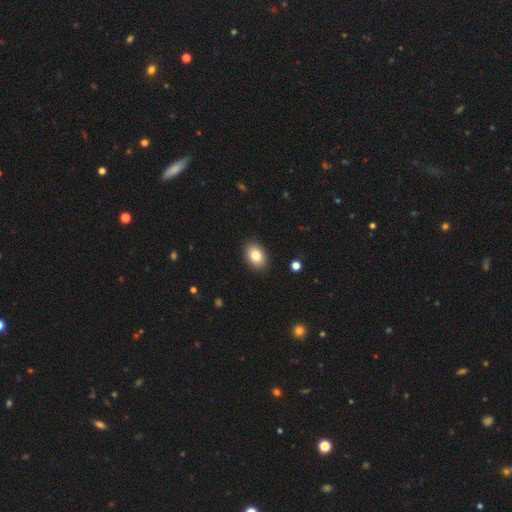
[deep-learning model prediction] smooth_or_featured: smooth (p=0.82) [alt: featured or disk p=0.10]
how_rounded: in between (p=0.81) [alt: round p=0.17]
merging: none (p=0.90) [alt: minor disturbance p=0.08]